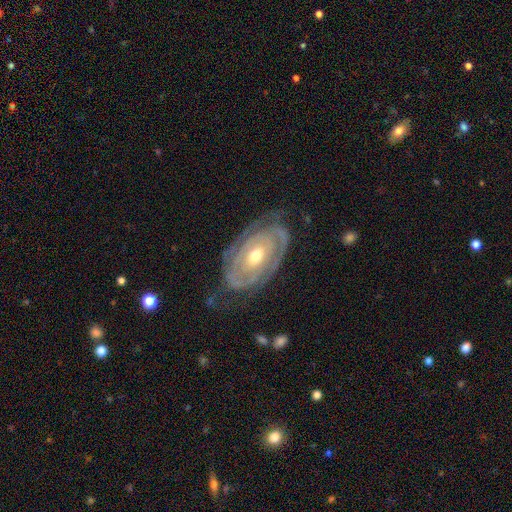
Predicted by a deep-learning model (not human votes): Q: Smooth or featured?
A: featured or disk (83%); runner-up: smooth (12%)
Q: Edge-on disk?
A: no (94%); runner-up: yes (6%)
Q: Bar?
A: no (70%); runner-up: weak (22%)
Q: Spiral arms?
A: yes (82%); runner-up: no (18%)
Q: Spiral winding?
A: tight (77%); runner-up: medium (17%)
Q: Spiral arm count?
A: 2 (40%); runner-up: can't tell (37%)
Q: Bulge size?
A: moderate (64%); runner-up: small (30%)
Q: Merging?
A: none (70%); runner-up: minor disturbance (19%)